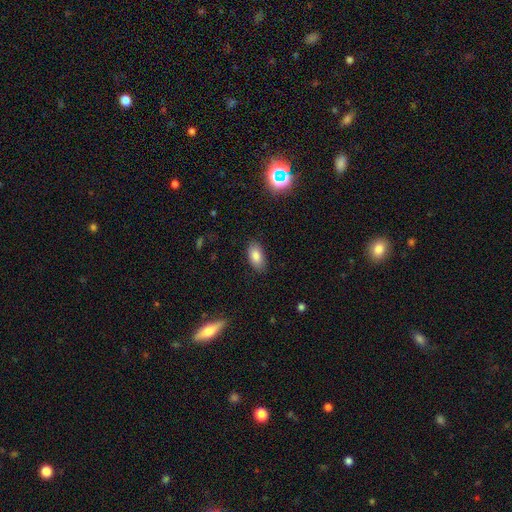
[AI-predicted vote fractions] This is clearly a smooth galaxy (84%). How rounded: clearly in between (92%). Merging: clearly none (86%).